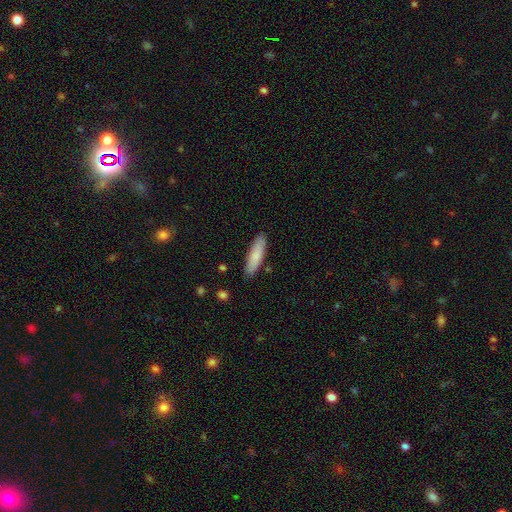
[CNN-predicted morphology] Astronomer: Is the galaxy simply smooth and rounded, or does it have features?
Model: smooth — 83%.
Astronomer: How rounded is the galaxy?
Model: cigar-shaped — 61% (runner-up: in between, 37%).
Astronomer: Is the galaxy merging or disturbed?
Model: none — 87%.